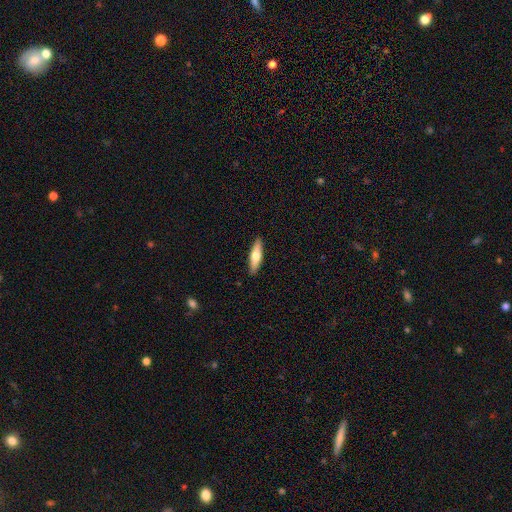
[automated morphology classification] A smooth galaxy with no disk features (59%) that is cigar-shaped (66%).

Vote fractions:
- Smooth or featured? smooth: 59% / featured or disk: 36% / star or artifact: 6%
- How rounded? cigar-shaped: 66% / in between: 32% / round: 2%
- Merging? none: 90% / minor disturbance: 7% / major disturbance: 2% / merger: 1%